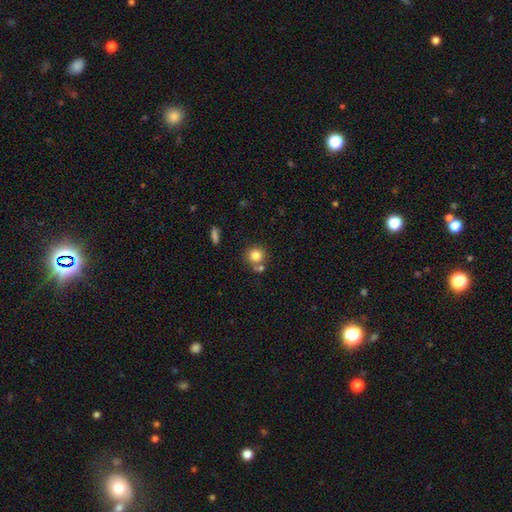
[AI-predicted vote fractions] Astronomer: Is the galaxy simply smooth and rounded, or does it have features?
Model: smooth — 81%.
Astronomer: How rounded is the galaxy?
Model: round — 90%.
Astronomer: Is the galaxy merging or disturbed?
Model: none — 61%.